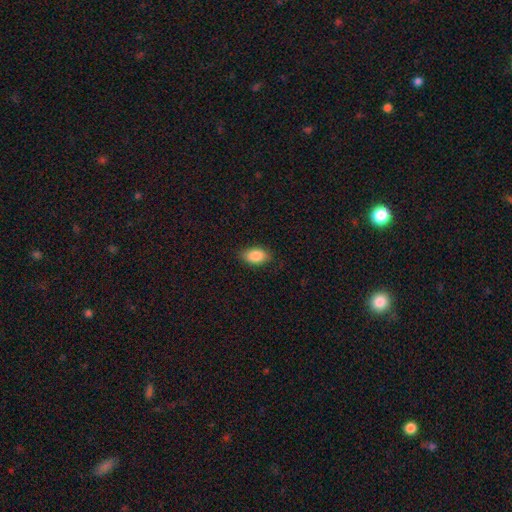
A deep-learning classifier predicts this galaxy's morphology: The model was most divided on "merging": none: 84%, minor disturbance: 12%, major disturbance: 3%, merger: 1%. More confident: how rounded — in between (91%); smooth or featured — smooth (87%).